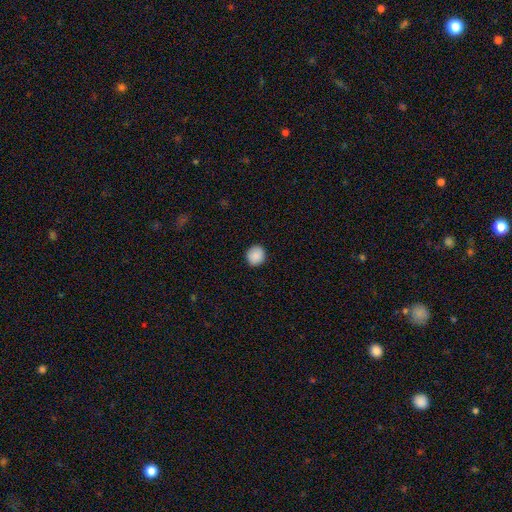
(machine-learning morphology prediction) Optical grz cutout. It shows a smooth galaxy with no disk features (90%) that is round (86%). Merging: none (91%).